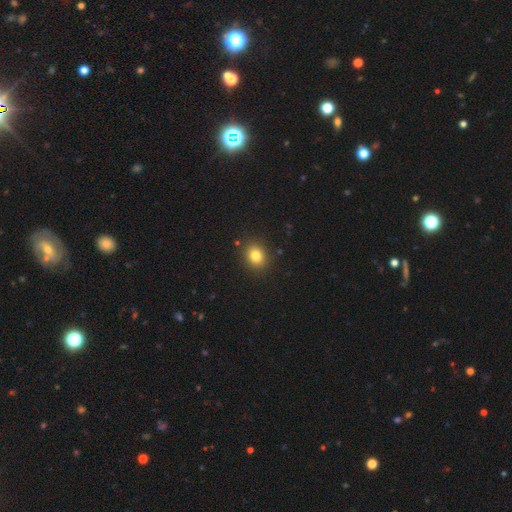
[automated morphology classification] Smooth or featured: smooth — 82% (star or artifact — 12%)
How rounded: round — 57% (in between — 42%)
Merging: none — 88% (minor disturbance — 8%)